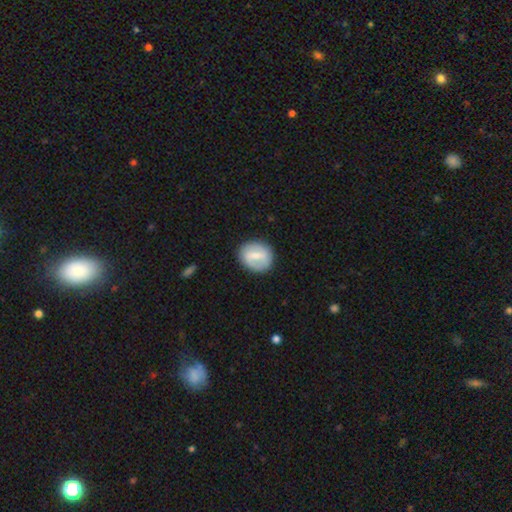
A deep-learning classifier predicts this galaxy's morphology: Smooth or featured? smooth (53%)
How rounded? round (68%)
Merging? none (84%)